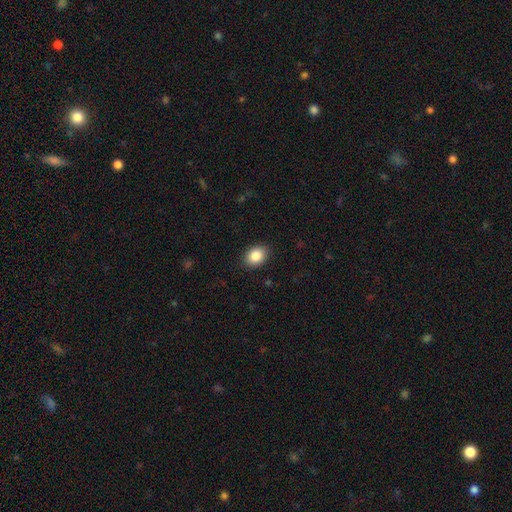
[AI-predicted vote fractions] Smooth or featured?
  - smooth: 87% *
  - star or artifact: 8%
  - featured or disk: 5%
How rounded?
  - in between: 69% *
  - round: 30%
  - cigar-shaped: 1%
Merging?
  - none: 88% *
  - minor disturbance: 9%
  - major disturbance: 2%
  - merger: 1%